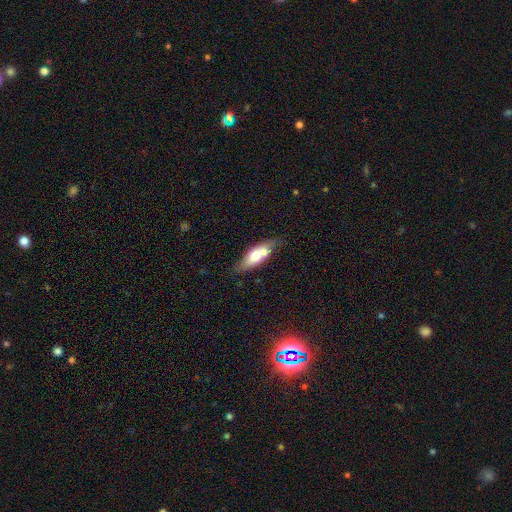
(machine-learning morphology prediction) A smooth galaxy with no disk features (59%) that is in between round and cigar-shaped (67%). Merging: none (51%).